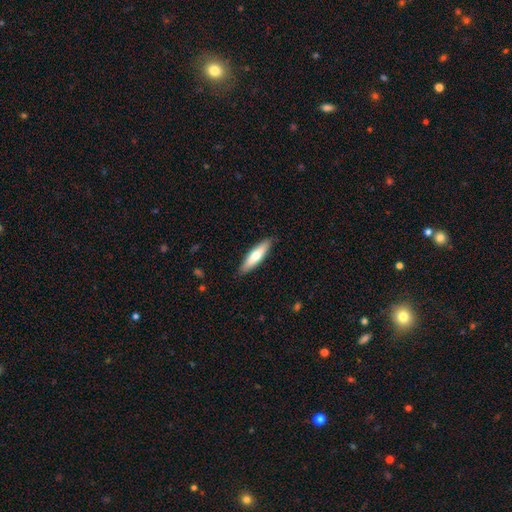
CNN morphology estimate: Overall: smooth (62%; featured or disk 33%). How rounded: cigar-shaped (71%). Merging: none (88%).